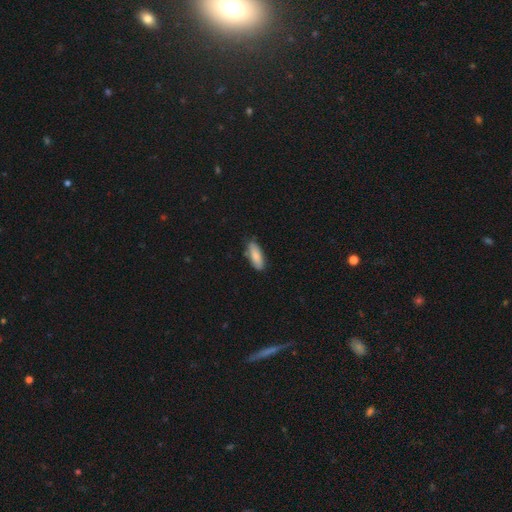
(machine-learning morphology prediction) This is clearly a smooth galaxy (85%). How rounded: likely in between (71%). Merging: clearly none (81%).